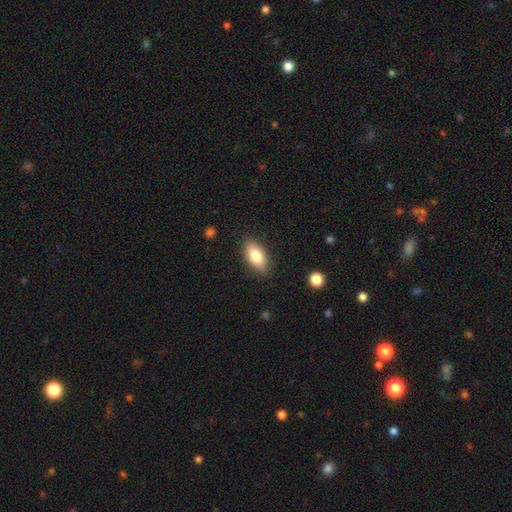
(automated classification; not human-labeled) Smooth or featured? Predicted: smooth (p=0.80). How rounded? Predicted: in between (p=0.90). Merging? Predicted: none (p=0.86).